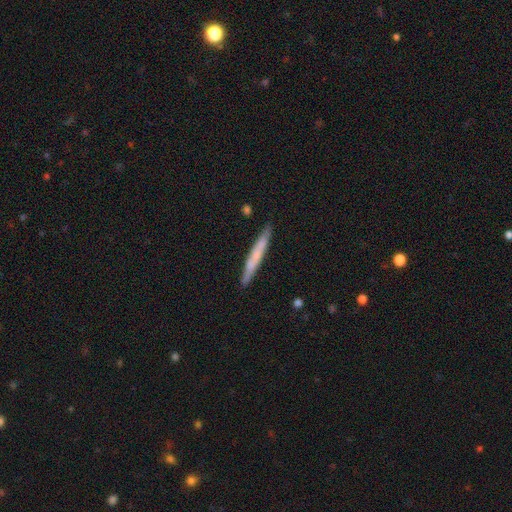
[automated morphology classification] smooth-or-featured: smooth: 55% | featured or disk: 39% | star or artifact: 6%
  how-rounded: cigar-shaped: 96% | in between: 3% | round: 1%
  merging: none: 88% | minor disturbance: 9% | major disturbance: 2% | merger: 1%